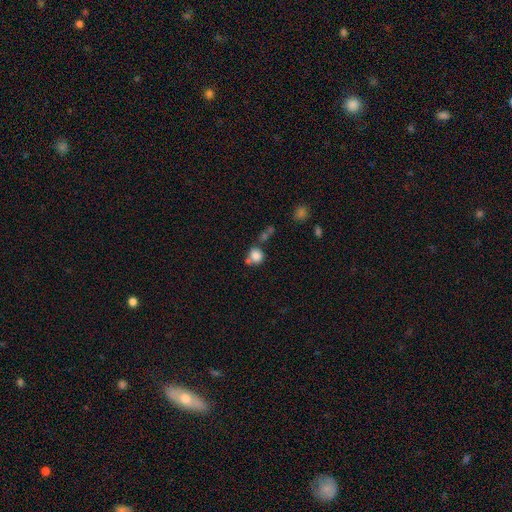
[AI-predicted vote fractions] A smooth galaxy with no disk features (82%) that is round (80%).

Vote fractions:
- Smooth or featured? smooth: 82% / star or artifact: 10% / featured or disk: 8%
- How rounded? round: 80% / in between: 19% / cigar-shaped: 1%
- Merging? none: 49% / merger: 31% / minor disturbance: 13% / major disturbance: 7%